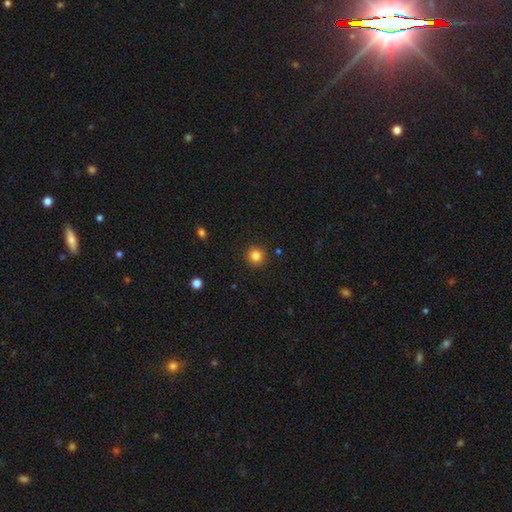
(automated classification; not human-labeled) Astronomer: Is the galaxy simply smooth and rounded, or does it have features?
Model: smooth — 84%.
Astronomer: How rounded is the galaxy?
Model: round — 94%.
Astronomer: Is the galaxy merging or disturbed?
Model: none — 91%.